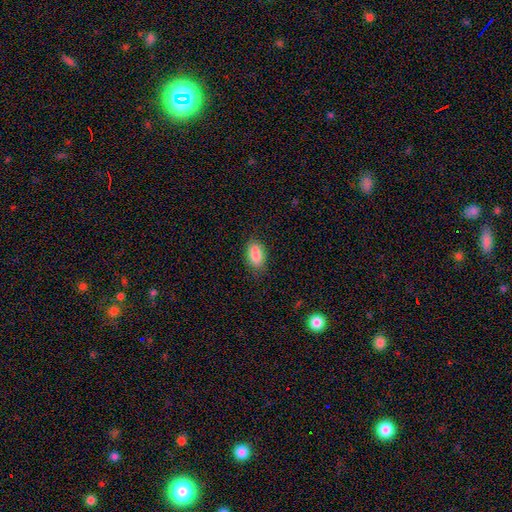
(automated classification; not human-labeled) A smooth galaxy with no disk features (84%) that is in between round and cigar-shaped (90%). Merging: none (77%).